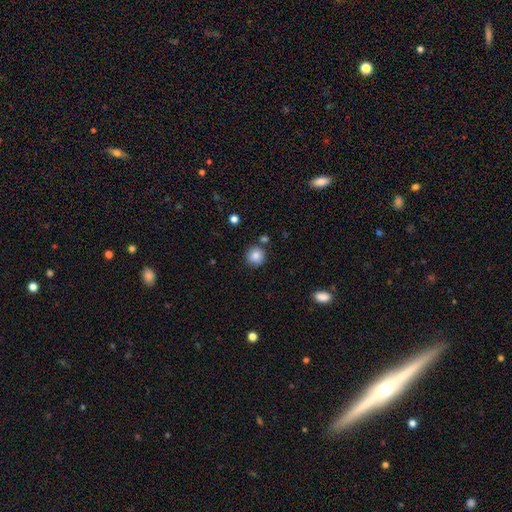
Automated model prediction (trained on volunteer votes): Smooth or featured?
  - smooth: 85% *
  - star or artifact: 9%
  - featured or disk: 5%
How rounded?
  - round: 93% *
  - in between: 6%
  - cigar-shaped: 1%
Merging?
  - none: 84% *
  - minor disturbance: 8%
  - merger: 6%
  - major disturbance: 2%